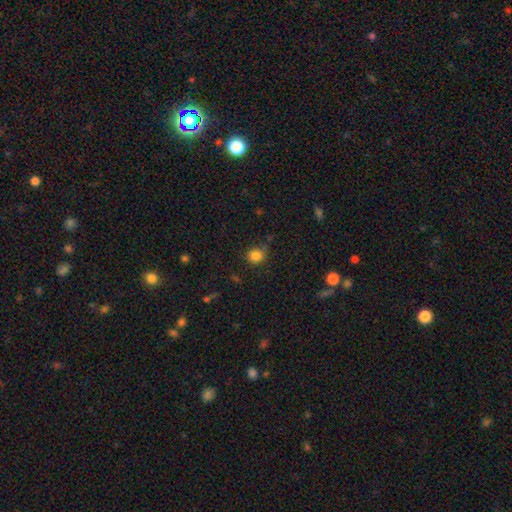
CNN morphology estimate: A smooth galaxy with no disk features (84%) that is round (84%).

Vote fractions:
- Smooth or featured? smooth: 84% / star or artifact: 12% / featured or disk: 5%
- How rounded? round: 84% / in between: 15% / cigar-shaped: 1%
- Merging? none: 78% / minor disturbance: 15% / major disturbance: 4% / merger: 3%